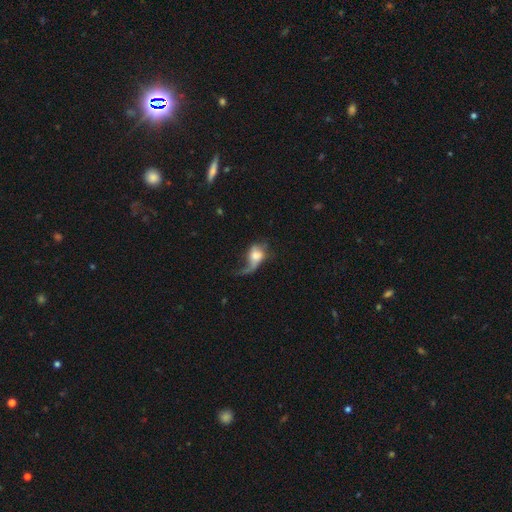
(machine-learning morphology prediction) Smooth or featured?
  - smooth: 46% *
  - featured or disk: 45%
  - star or artifact: 9%
Merging?
  - major disturbance: 54% *
  - none: 22%
  - minor disturbance: 18%
  - merger: 5%